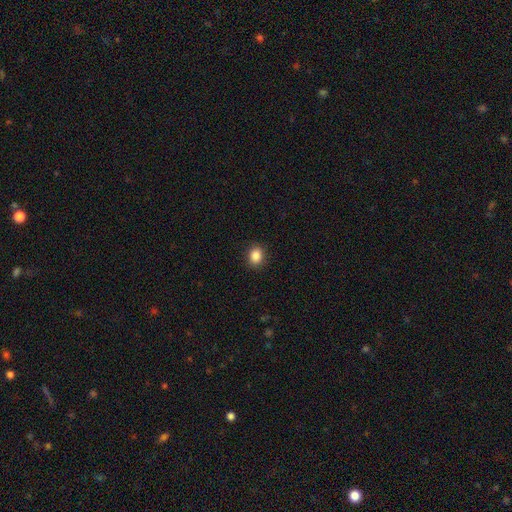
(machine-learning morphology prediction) Smooth or featured? Predicted: smooth (p=0.86). How rounded? Predicted: round (p=0.59). Merging? Predicted: none (p=0.90).